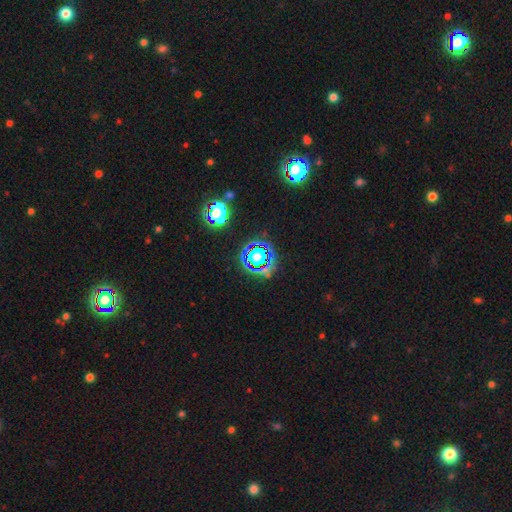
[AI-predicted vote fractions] This is likely a star or artifact rather than a galaxy (63%).